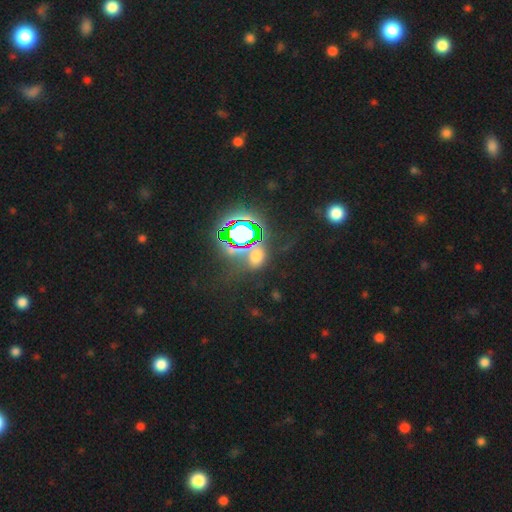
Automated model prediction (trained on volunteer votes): smooth_or_featured: star or artifact (p=0.53) [alt: smooth p=0.36]